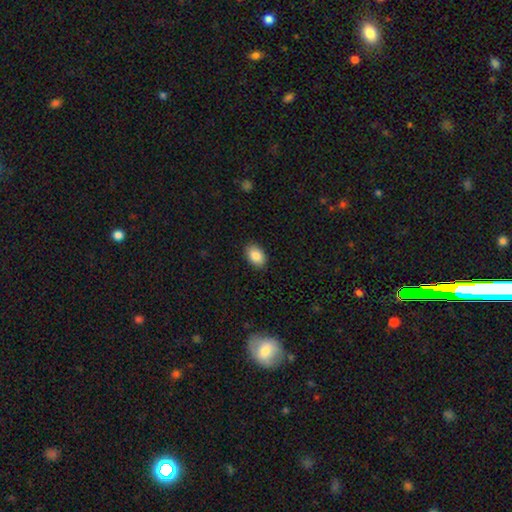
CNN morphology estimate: A smooth galaxy with no disk features (87%) that is in between round and cigar-shaped (87%). Merging: none (89%).